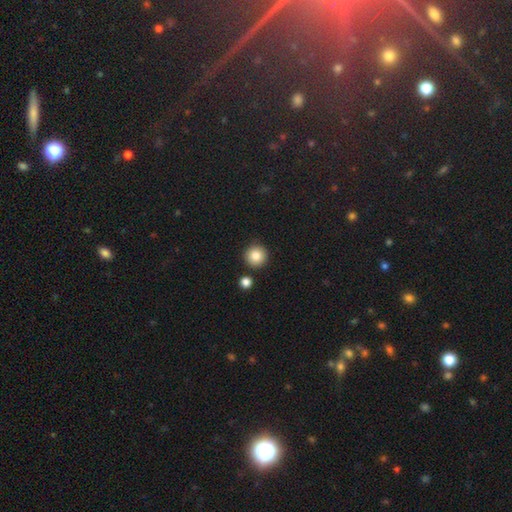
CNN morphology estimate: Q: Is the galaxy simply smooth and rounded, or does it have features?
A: smooth — 84%.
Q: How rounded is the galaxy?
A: round — 95%.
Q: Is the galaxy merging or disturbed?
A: none — 88%.